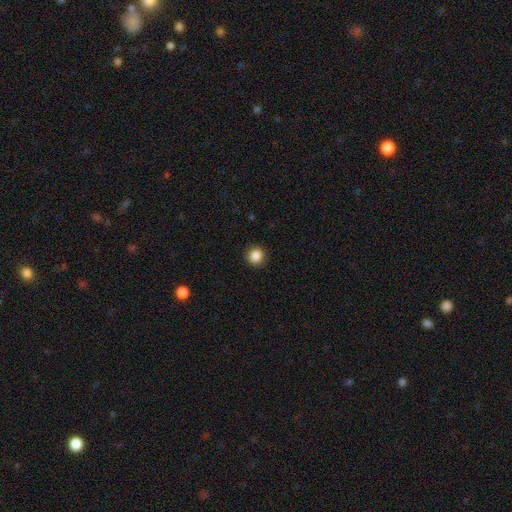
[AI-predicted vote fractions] This is clearly a smooth galaxy (86%). How rounded: clearly round (91%). Merging: clearly none (92%).